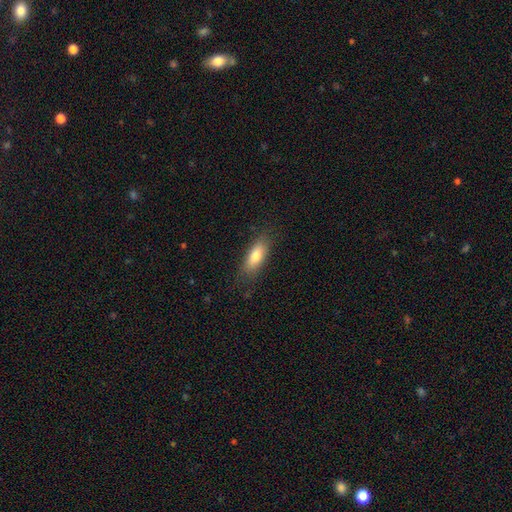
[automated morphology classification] smooth 77%, featured or disk 16%, star or artifact 7%. Down the decision tree: how rounded — in between (73%); merging — none (80%).